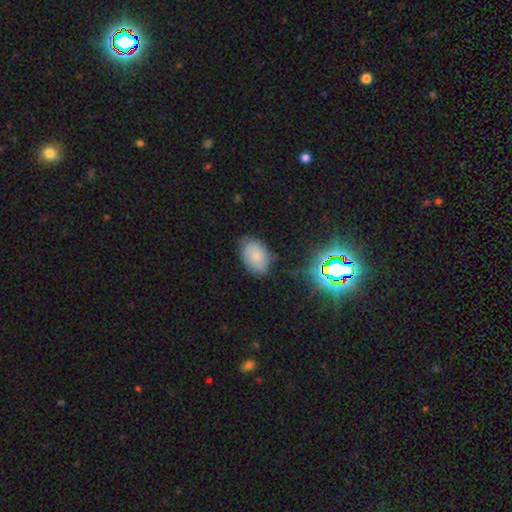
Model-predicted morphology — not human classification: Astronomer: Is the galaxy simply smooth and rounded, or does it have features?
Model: smooth — 72%.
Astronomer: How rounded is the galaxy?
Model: in between — 86%.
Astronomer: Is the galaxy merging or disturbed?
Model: none — 73%.